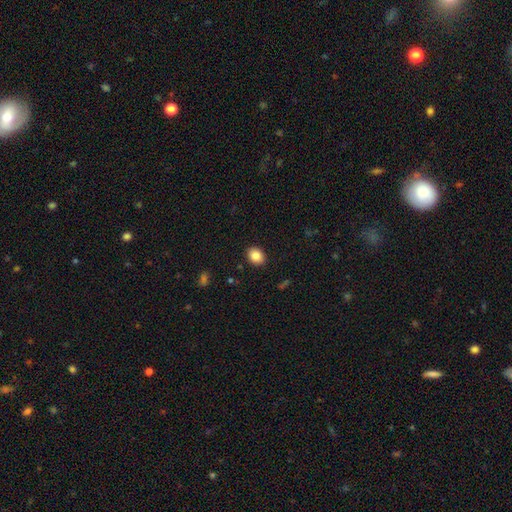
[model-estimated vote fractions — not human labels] smooth 86%, star or artifact 9%, featured or disk 6%. Down the decision tree: how rounded — in between (58%); merging — none (90%).